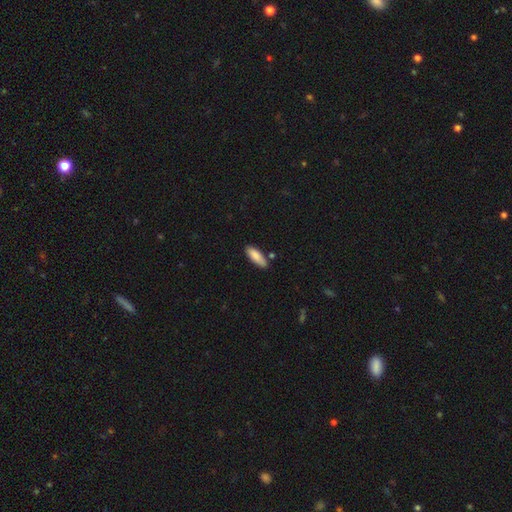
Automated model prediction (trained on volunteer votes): Smooth or featured? smooth (86%)
How rounded? in between (60%)
Merging? none (77%)